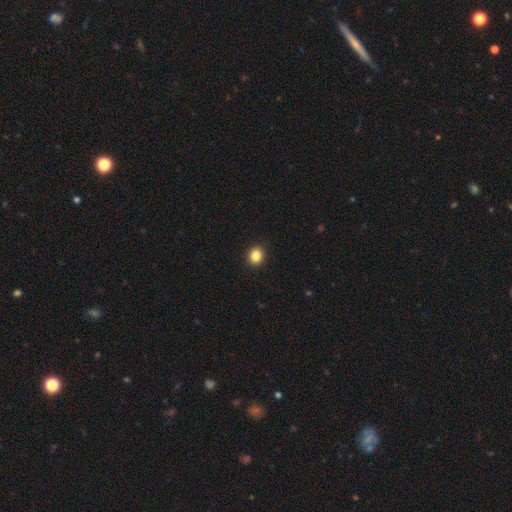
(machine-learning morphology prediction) A smooth galaxy with no disk features (86%) that is round (72%). Merging: none (92%).